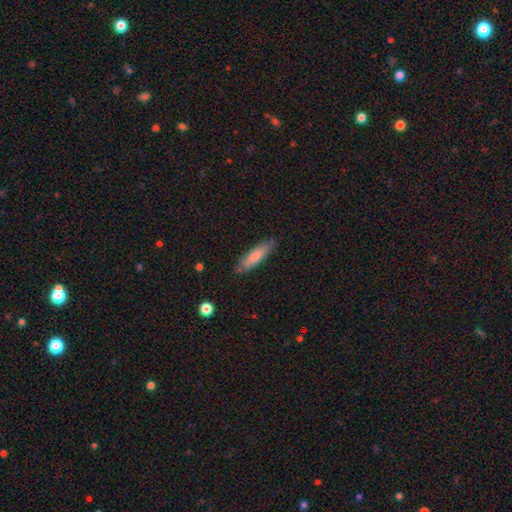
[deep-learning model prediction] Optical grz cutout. It shows a smooth galaxy with no disk features (76%) that is cigar-shaped (74%). Merging: none (84%).